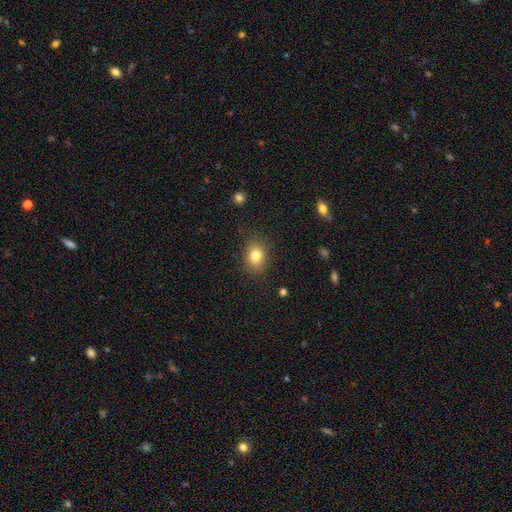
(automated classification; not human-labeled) Smooth or featured?
  - smooth: 81% *
  - star or artifact: 10%
  - featured or disk: 9%
How rounded?
  - in between: 62% *
  - round: 37%
  - cigar-shaped: 1%
Merging?
  - none: 85% *
  - minor disturbance: 10%
  - major disturbance: 3%
  - merger: 1%